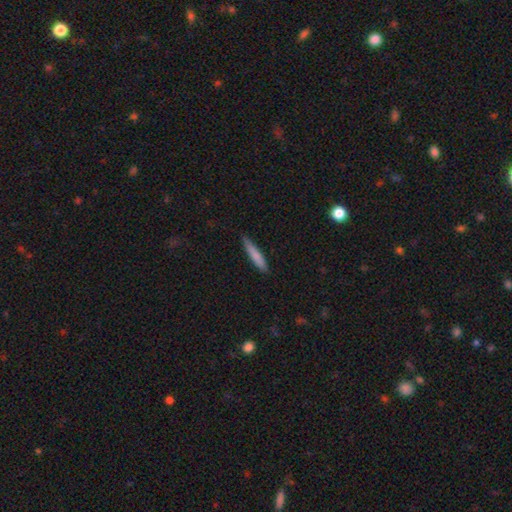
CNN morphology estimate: Q: Smooth or featured?
A: smooth (81%); runner-up: featured or disk (14%)
Q: How rounded?
A: cigar-shaped (90%); runner-up: in between (9%)
Q: Merging?
A: none (84%); runner-up: minor disturbance (13%)